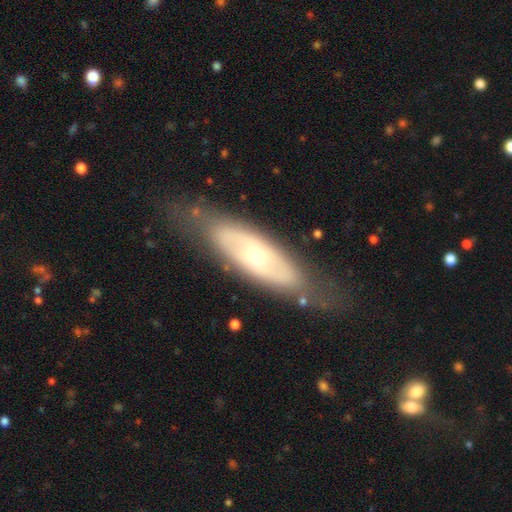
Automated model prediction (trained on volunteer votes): smooth_or_featured: featured or disk (p=0.61) [alt: smooth p=0.33]
disk_edge_on: no (p=0.77) [alt: yes p=0.23]
merging: none (p=0.70) [alt: minor disturbance p=0.19]